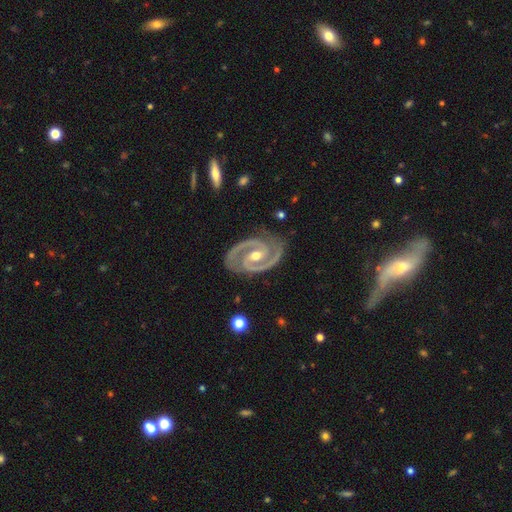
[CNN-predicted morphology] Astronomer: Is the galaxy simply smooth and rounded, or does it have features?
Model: featured or disk — 95%.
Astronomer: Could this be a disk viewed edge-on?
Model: no — 98%.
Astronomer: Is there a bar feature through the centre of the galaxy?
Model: weak — 38% (runner-up: strong, 31%).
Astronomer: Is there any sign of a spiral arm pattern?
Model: yes — 99%.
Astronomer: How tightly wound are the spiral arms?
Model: tight — 49% (runner-up: medium, 46%).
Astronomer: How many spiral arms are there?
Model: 2 — 94%.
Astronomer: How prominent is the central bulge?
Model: moderate — 70%.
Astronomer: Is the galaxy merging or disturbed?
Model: none — 82%.